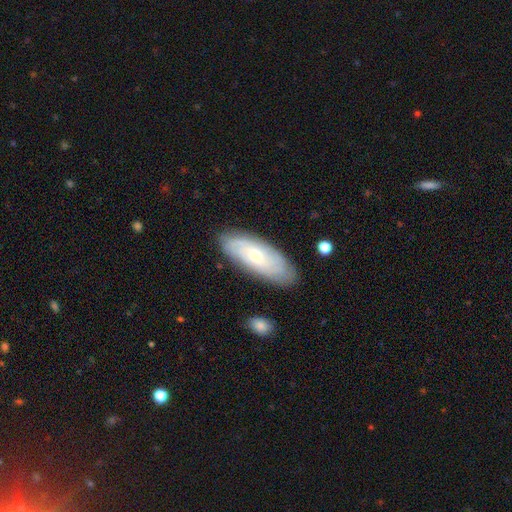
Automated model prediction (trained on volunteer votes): Morphology: type=featured or disk (59%); edge-on=no (86%); bar=no (71%); spiral arms=yes (83%); bulge=small (58%); merging=none (83%).